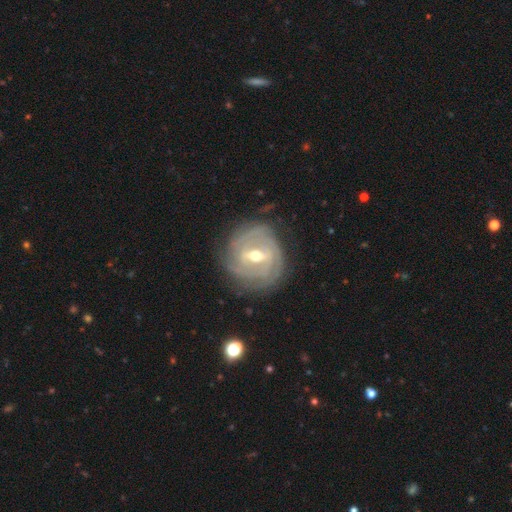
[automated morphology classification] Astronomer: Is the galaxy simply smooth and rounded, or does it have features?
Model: featured or disk — 86%.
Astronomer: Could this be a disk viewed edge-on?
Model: no — 96%.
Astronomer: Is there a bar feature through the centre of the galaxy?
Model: weak — 47% (runner-up: strong, 40%).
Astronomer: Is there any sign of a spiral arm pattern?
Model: yes — 91%.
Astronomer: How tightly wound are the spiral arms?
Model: tight — 77%.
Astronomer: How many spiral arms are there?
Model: can't tell — 39% (runner-up: 3, 20%).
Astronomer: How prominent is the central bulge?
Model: moderate — 66%.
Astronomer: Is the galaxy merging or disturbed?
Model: none — 77%.